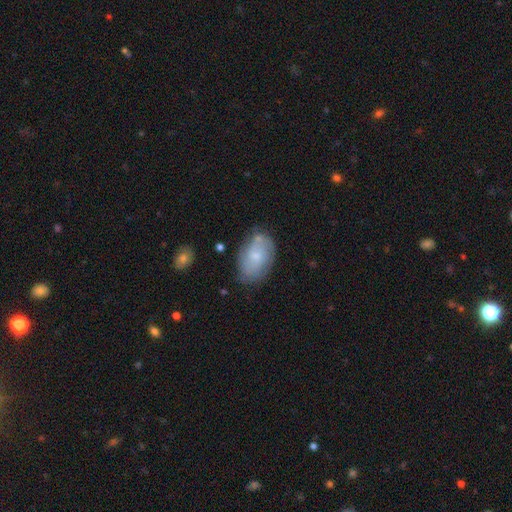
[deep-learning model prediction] smooth-or-featured: smooth: 50% | featured or disk: 42% | star or artifact: 7%
  how-rounded: in between: 89% | round: 9% | cigar-shaped: 2%
  merging: none: 68% | minor disturbance: 22% | major disturbance: 6% | merger: 4%